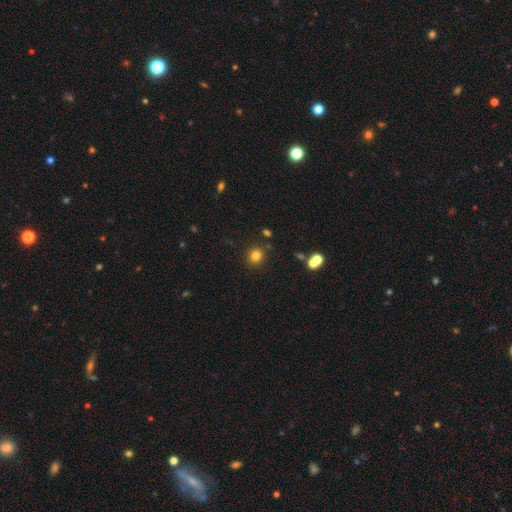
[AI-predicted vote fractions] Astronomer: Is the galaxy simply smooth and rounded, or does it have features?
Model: smooth — 80%.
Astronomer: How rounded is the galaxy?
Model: round — 87%.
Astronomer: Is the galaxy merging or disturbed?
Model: none — 86%.